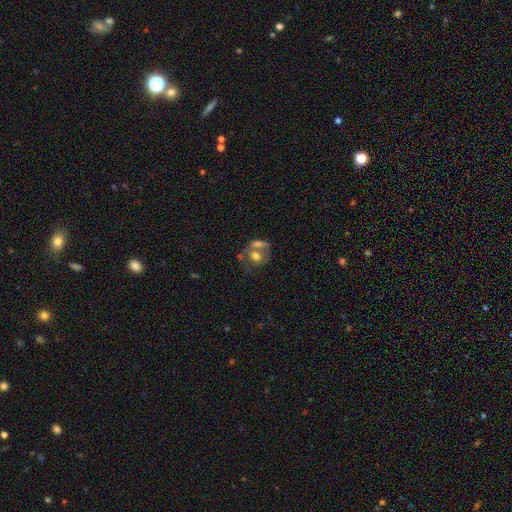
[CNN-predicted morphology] type=smooth (55%); roundness=round (51%); merging=merger (49%).